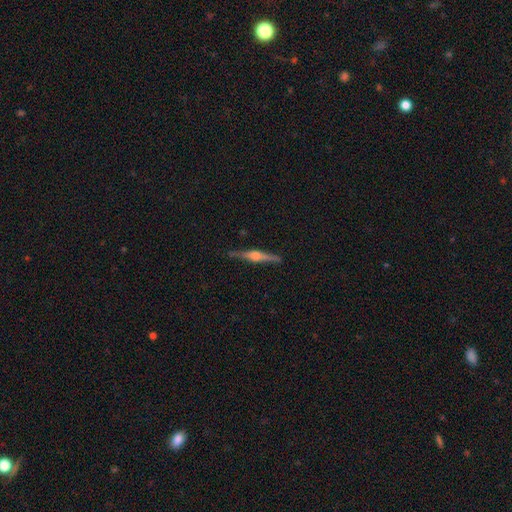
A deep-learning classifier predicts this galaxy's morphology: Overall: featured or disk (79%). Edge-on disk: yes (98%). Edge-on bulge: rounded (84%). Merging: none (89%).